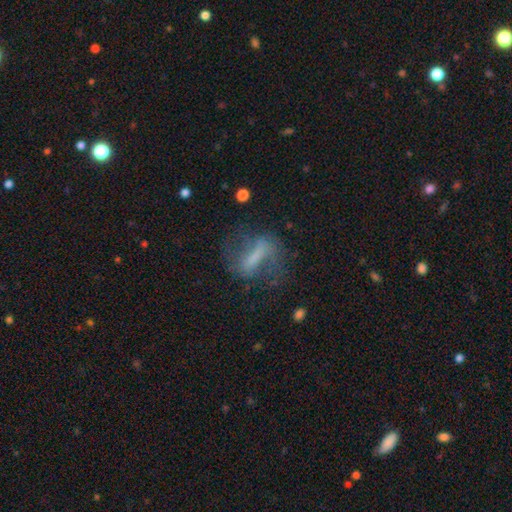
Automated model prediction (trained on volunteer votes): Smooth or featured?
  - featured or disk: 59% *
  - smooth: 29%
  - star or artifact: 12%
Edge-on disk?
  - no: 86% *
  - yes: 14%
Bar?
  - strong: 62% *
  - weak: 25%
  - no: 13%
Spiral arms?
  - yes: 62% *
  - no: 38%
Bulge size?
  - none: 46% *
  - small: 25%
  - moderate: 20%
  - large: 8%
  - dominant: 2%
Merging?
  - none: 56% *
  - major disturbance: 22%
  - minor disturbance: 19%
  - merger: 3%